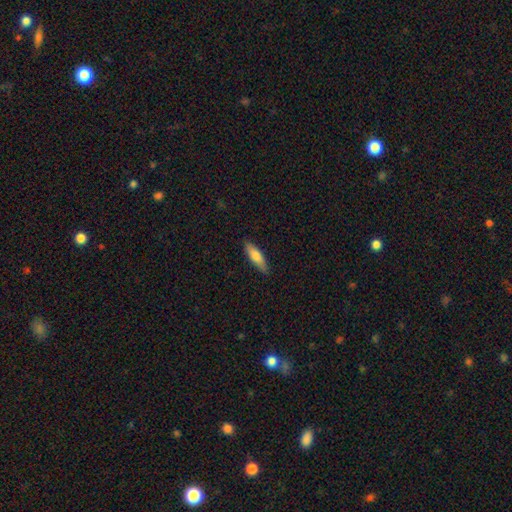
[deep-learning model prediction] smooth_or_featured: smooth (p=0.73) [alt: featured or disk p=0.21]
how_rounded: cigar-shaped (p=0.58) [alt: in between p=0.40]
merging: none (p=0.87) [alt: minor disturbance p=0.10]